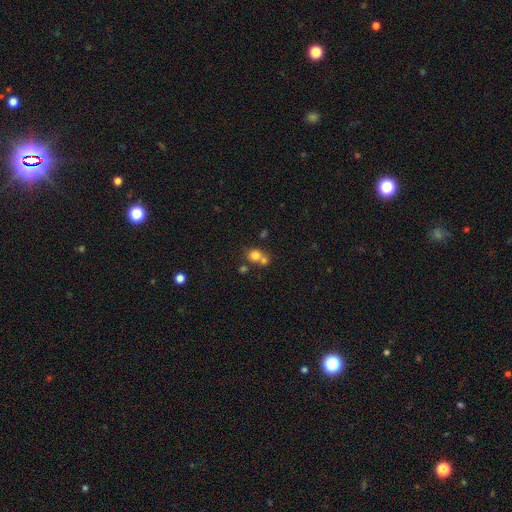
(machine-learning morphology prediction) Q: Smooth or featured?
A: smooth (76%); runner-up: star or artifact (13%)
Q: How rounded?
A: round (81%); runner-up: in between (18%)
Q: Merging?
A: none (46%); runner-up: merger (43%)